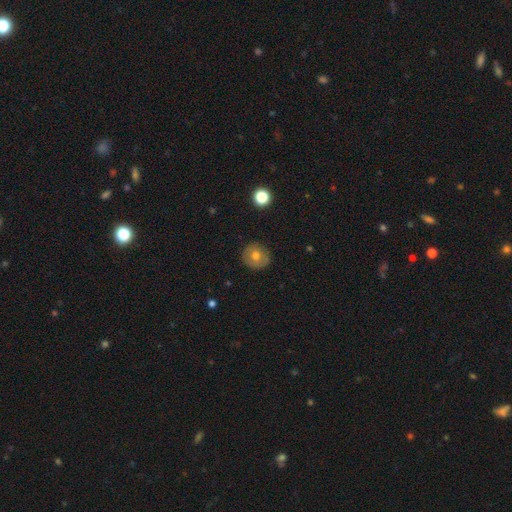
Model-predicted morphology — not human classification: Smooth or featured? smooth (66%)
How rounded? round (89%)
Merging? none (85%)